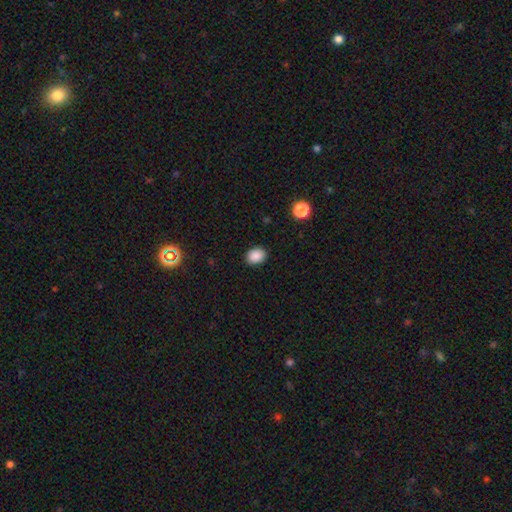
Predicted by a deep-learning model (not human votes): Overall: smooth (88%). How rounded: in between (58%; round 41%). Merging: none (90%).